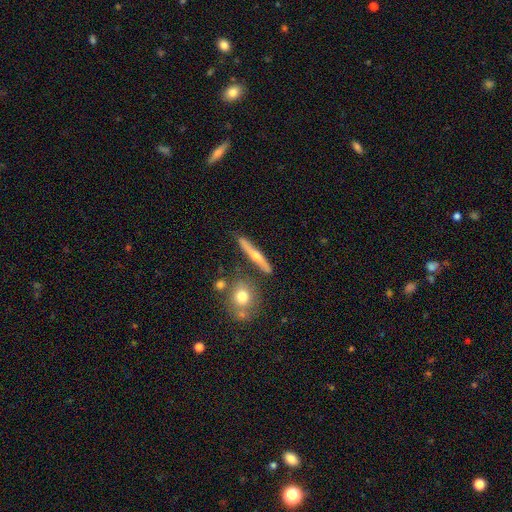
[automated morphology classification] Overall: featured or disk (60%; smooth 33%). Edge-on disk: yes (93%). Edge-on bulge: rounded (87%). Merging: none (81%).